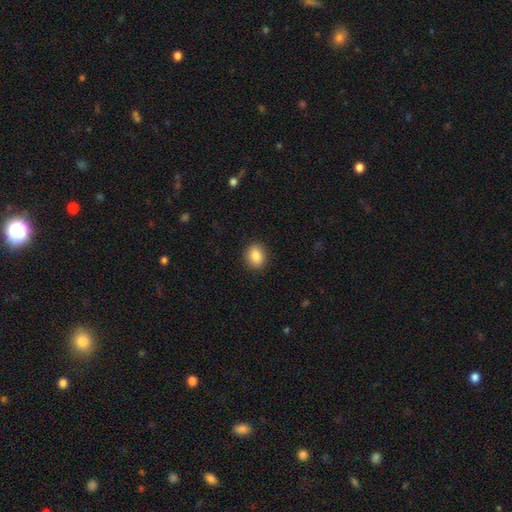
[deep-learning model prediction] Overall: smooth (88%). How rounded: round (53%; in between 46%). Merging: none (89%).